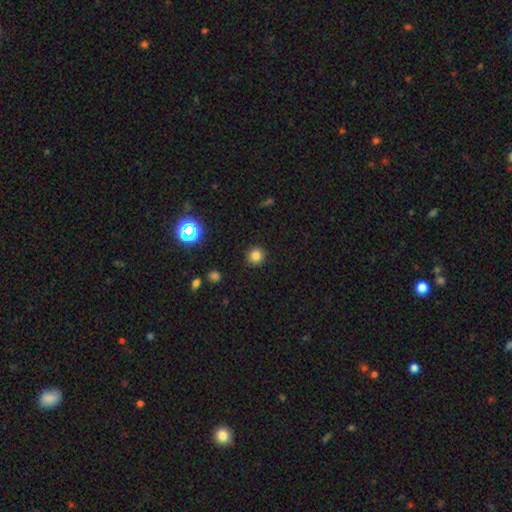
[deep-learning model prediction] A smooth galaxy with no disk features (80%) that is round (93%).

Vote fractions:
- Smooth or featured? smooth: 80% / star or artifact: 15% / featured or disk: 5%
- How rounded? round: 93% / in between: 6% / cigar-shaped: 1%
- Merging? none: 91% / minor disturbance: 6% / major disturbance: 2% / merger: 1%